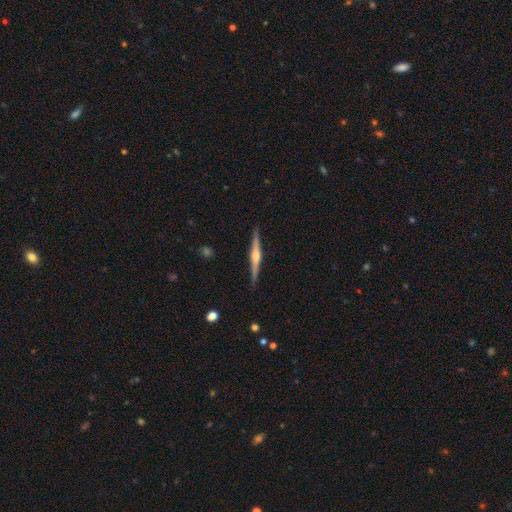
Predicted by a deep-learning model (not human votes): This appears to be a featured or disk galaxy (80%) viewed edge-on (99%) with a rounded central bulge (86%). Merging: none (91%).